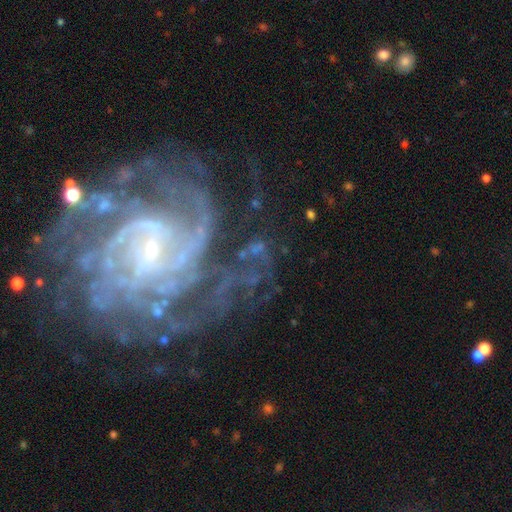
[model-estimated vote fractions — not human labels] The model was most divided on "spiral arm count": can't tell: 27%, 2: 19%, 4: 17%, 3: 17%, more than 4: 11%, 1: 9%. Remaining: edge-on disk — no (97%); spiral arms — yes (96%); smooth or featured — featured or disk (87%); bulge size — small (74%); merging — none (58%); spiral winding — tight (51%); bar — weak (46%).